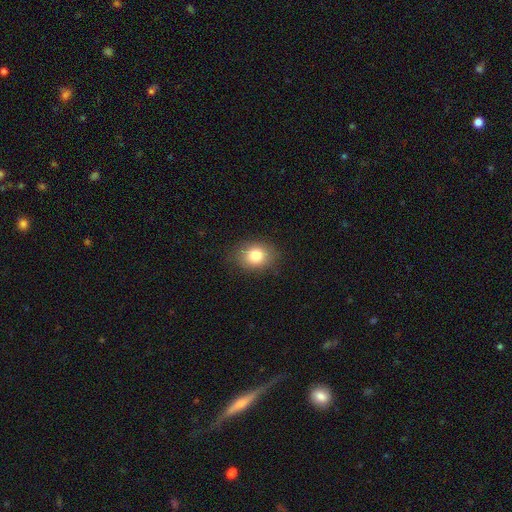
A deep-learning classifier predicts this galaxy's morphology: Smooth or featured? Predicted: smooth (p=0.82). How rounded? Predicted: in between (p=0.54). Merging? Predicted: none (p=0.85).